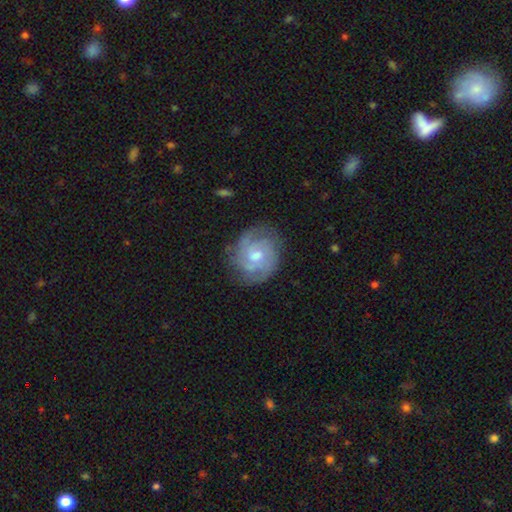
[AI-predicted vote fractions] A featured or disk galaxy (76%) with no bar (63%), 2 (31%) tight (58%) spiral arms (92%) and a moderate central bulge (61%).

Vote fractions:
- Smooth or featured? featured or disk: 76% / smooth: 18% / star or artifact: 6%
- Edge-on disk? no: 98% / yes: 2%
- Bar? no: 63% / weak: 33% / strong: 4%
- Spiral arms? yes: 92% / no: 8%
- Spiral winding? tight: 58% / medium: 33% / loose: 9%
- Spiral arm count? 2: 31% / can't tell: 30% / 3: 23% / 4: 7% / 1: 5% / more than 4: 4%
- Bulge size? moderate: 61% / small: 34% / large: 3% / none: 1% / dominant: 1%
- Merging? none: 75% / minor disturbance: 17% / major disturbance: 6% / merger: 1%